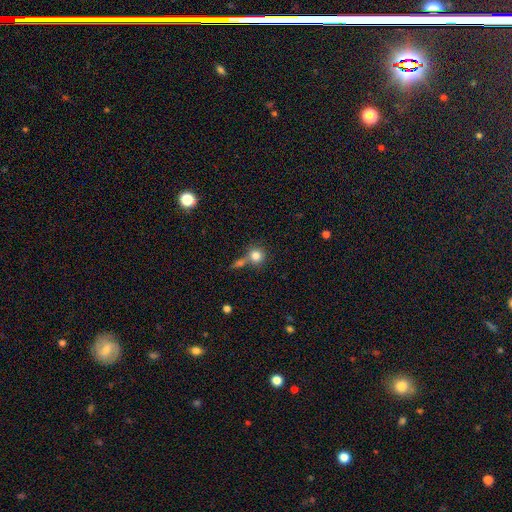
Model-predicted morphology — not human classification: type=smooth (82%); roundness=round (89%); merging=none (54%).